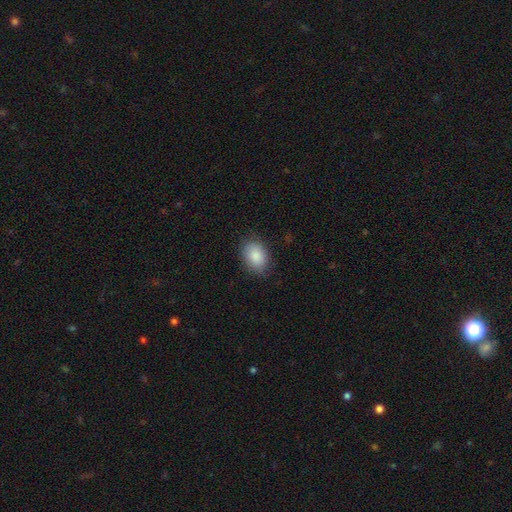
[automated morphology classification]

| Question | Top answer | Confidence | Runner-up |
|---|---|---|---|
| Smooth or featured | smooth | 88% | star or artifact (7%) |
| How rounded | in between | 81% | round (18%) |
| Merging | none | 82% | minor disturbance (14%) |